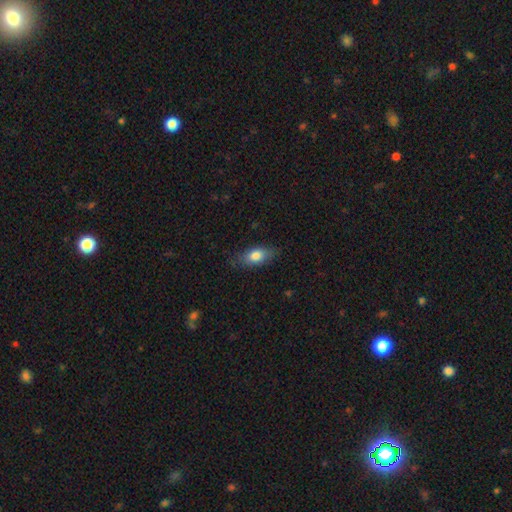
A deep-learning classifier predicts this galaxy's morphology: Smooth or featured? Predicted: smooth (p=0.79). How rounded? Predicted: in between (p=0.85). Merging? Predicted: none (p=0.77).